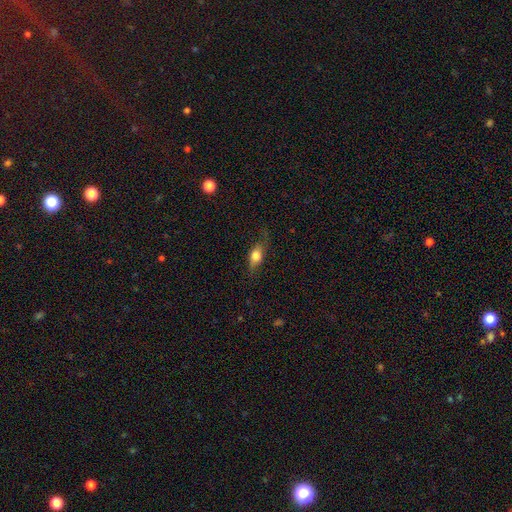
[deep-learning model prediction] The model was most divided on "smooth or featured": smooth: 65%, featured or disk: 26%, star or artifact: 8%. More confident: how rounded — in between (70%); merging — none (69%).